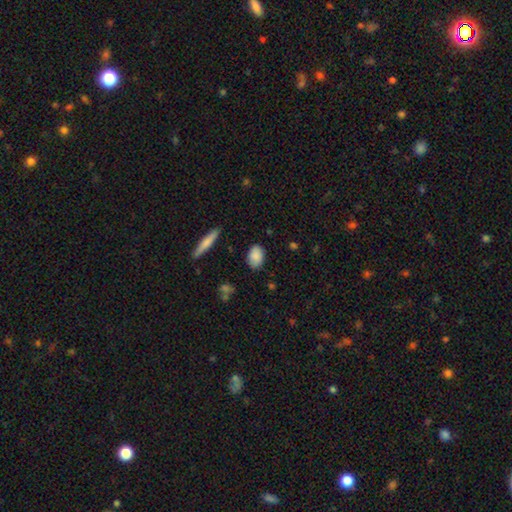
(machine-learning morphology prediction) Smooth or featured?
  - smooth: 87% *
  - star or artifact: 7%
  - featured or disk: 7%
How rounded?
  - in between: 86% *
  - round: 12%
  - cigar-shaped: 2%
Merging?
  - none: 83% *
  - minor disturbance: 13%
  - major disturbance: 3%
  - merger: 2%